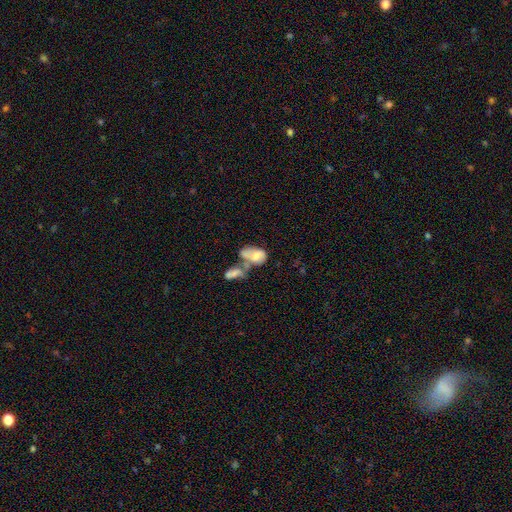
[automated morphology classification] Smooth or featured? Predicted: smooth (p=0.59). How rounded? Predicted: in between (p=0.87). Merging? Predicted: merger (p=0.64).